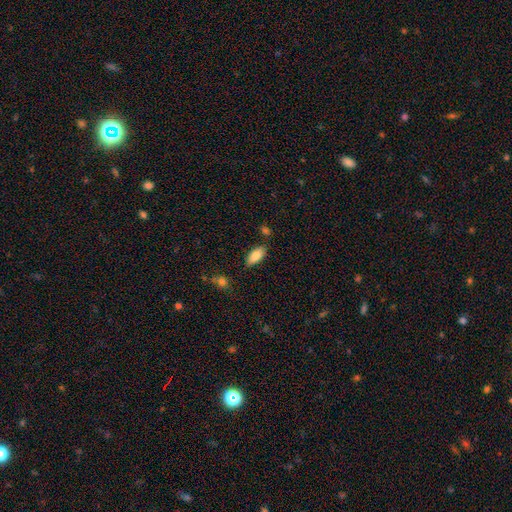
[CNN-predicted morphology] This is clearly a smooth galaxy (85%). How rounded: clearly in between (87%). Merging: clearly none (80%).